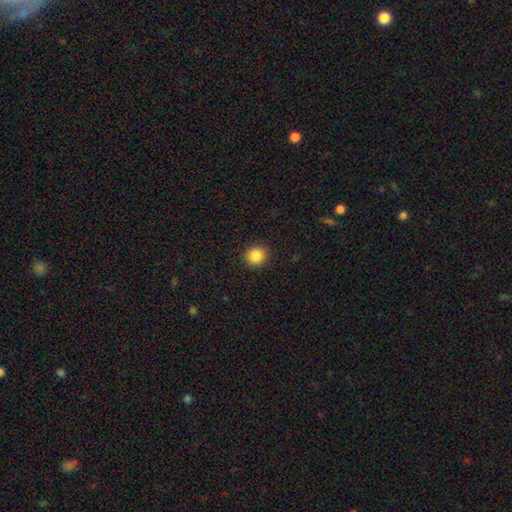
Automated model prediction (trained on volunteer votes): A smooth galaxy with no disk features (87%) that is round (87%).

Vote fractions:
- Smooth or featured? smooth: 87% / star or artifact: 10% / featured or disk: 4%
- How rounded? round: 87% / in between: 12% / cigar-shaped: 1%
- Merging? none: 91% / minor disturbance: 6% / major disturbance: 2% / merger: 1%